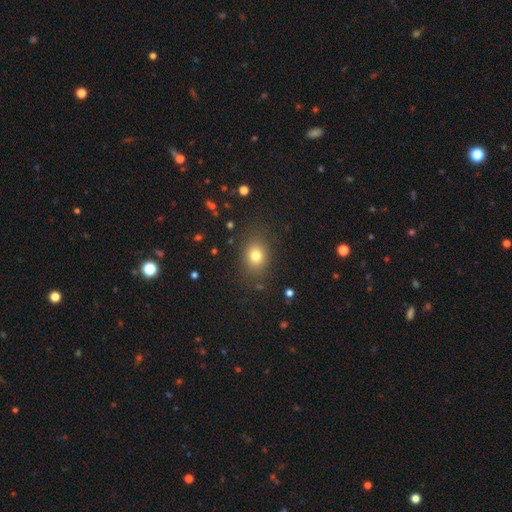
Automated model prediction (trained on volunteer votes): smooth-or-featured: smooth: 77% | star or artifact: 14% | featured or disk: 9%
  how-rounded: in between: 50% | round: 49% | cigar-shaped: 1%
  merging: none: 83% | minor disturbance: 11% | major disturbance: 4% | merger: 2%